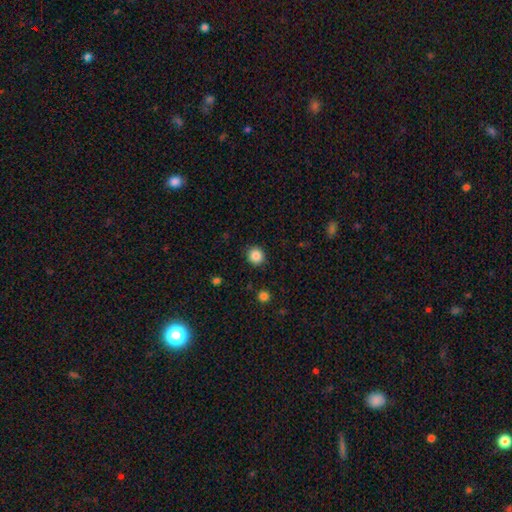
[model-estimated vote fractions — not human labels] Smooth or featured: smooth — 86% (star or artifact — 10%)
How rounded: round — 89% (in between — 10%)
Merging: none — 91% (minor disturbance — 6%)